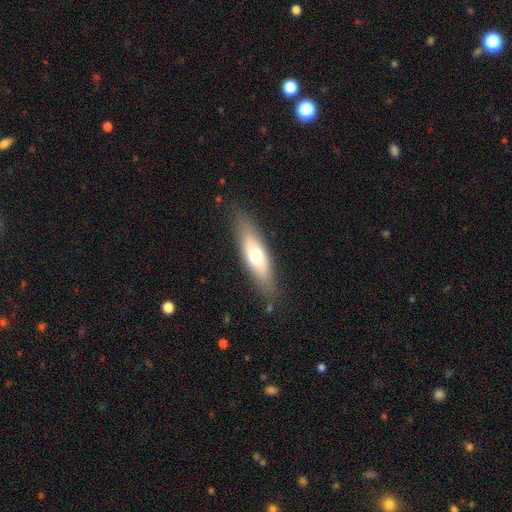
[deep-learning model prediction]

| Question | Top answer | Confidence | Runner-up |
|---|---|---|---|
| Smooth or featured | smooth | 58% | featured or disk (36%) |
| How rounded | cigar-shaped | 56% | in between (41%) |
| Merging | none | 84% | minor disturbance (12%) |